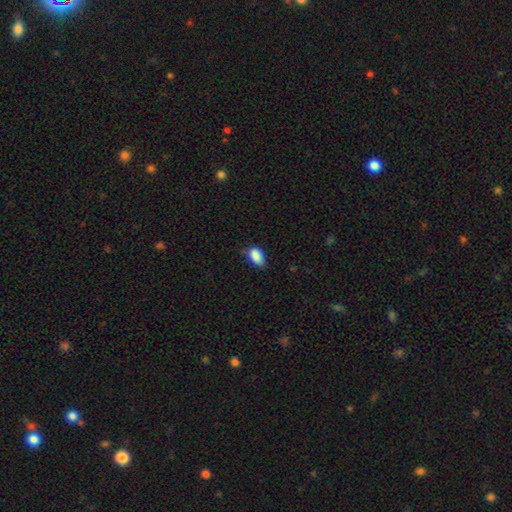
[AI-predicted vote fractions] Morphology: type=smooth (88%); roundness=in between (91%); merging=none (62%).